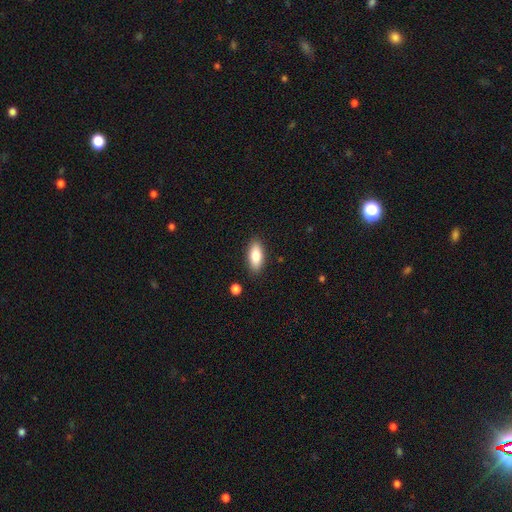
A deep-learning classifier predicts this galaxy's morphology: The model was most divided on "how rounded": in between: 83%, cigar-shaped: 14%, round: 3%. More confident: merging — none (88%); smooth or featured — smooth (82%).